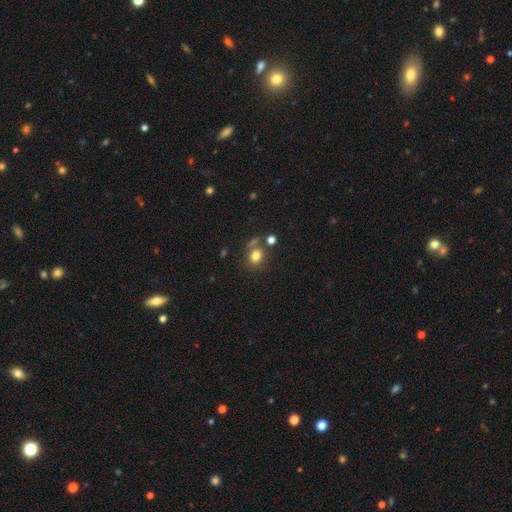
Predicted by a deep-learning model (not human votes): Q: Smooth or featured?
A: smooth (78%); runner-up: star or artifact (13%)
Q: How rounded?
A: round (62%); runner-up: in between (37%)
Q: Merging?
A: none (62%); runner-up: merger (17%)